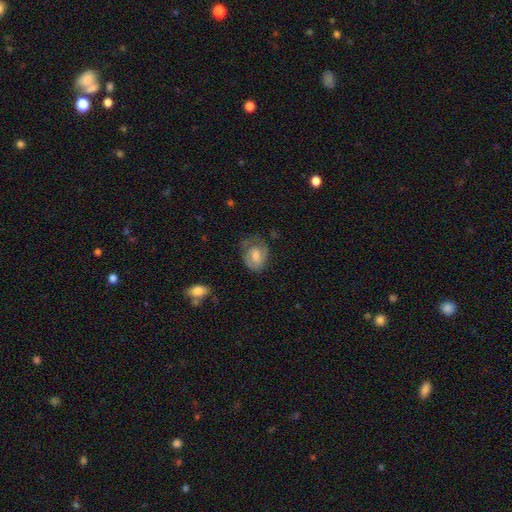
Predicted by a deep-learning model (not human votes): Smooth or featured? Predicted: smooth (p=0.48). Merging? Predicted: none (p=0.55).